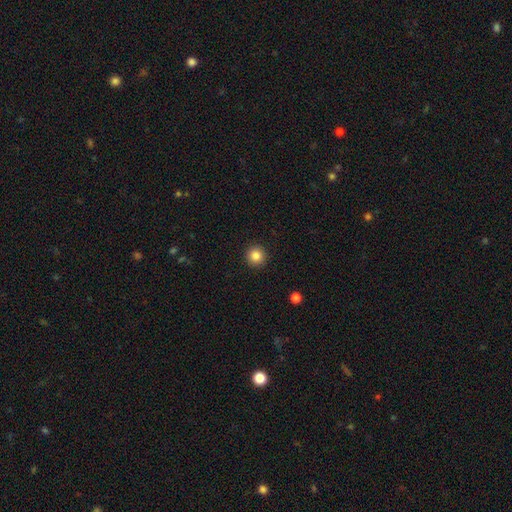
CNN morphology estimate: smooth 85%, star or artifact 11%, featured or disk 4%. Down the decision tree: how rounded — round (95%); merging — none (93%).